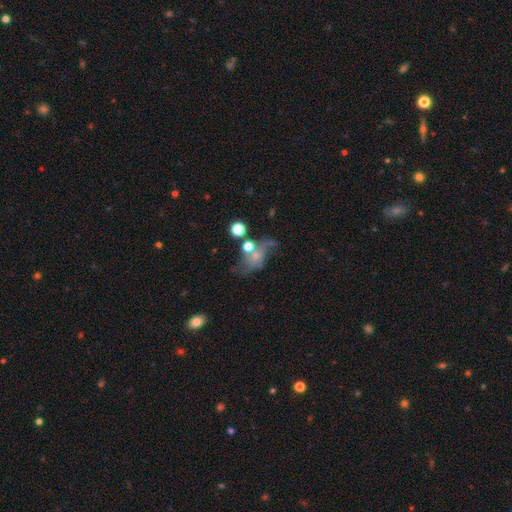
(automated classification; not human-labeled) Overall: featured or disk (47%; smooth 36%). Merging: major disturbance (31%; none 28%).